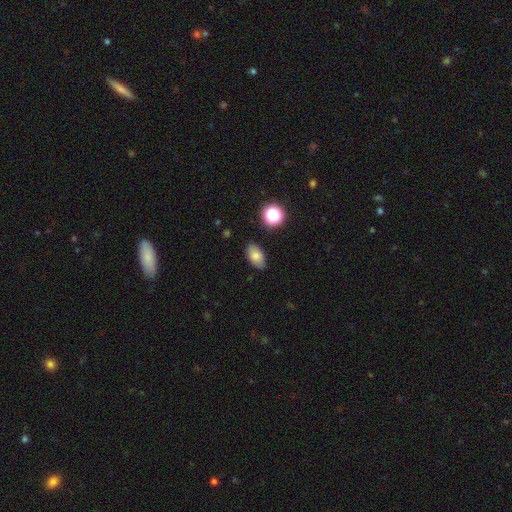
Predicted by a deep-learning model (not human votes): Q: Smooth or featured?
A: smooth (80%); runner-up: star or artifact (10%)
Q: How rounded?
A: in between (90%); runner-up: round (8%)
Q: Merging?
A: none (85%); runner-up: minor disturbance (11%)